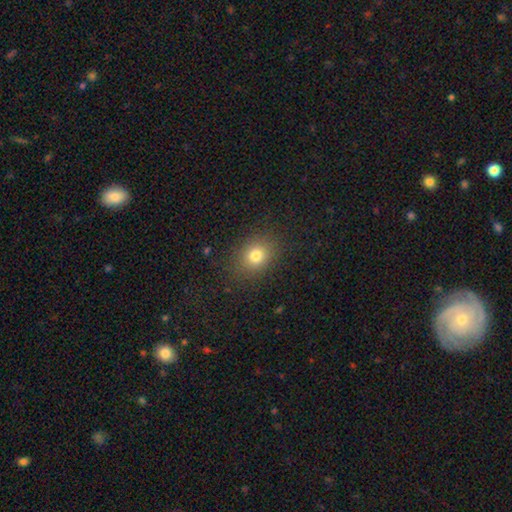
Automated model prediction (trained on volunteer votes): smooth_or_featured: smooth (p=0.78) [alt: star or artifact p=0.14]
how_rounded: round (p=0.57) [alt: in between p=0.42]
merging: none (p=0.85) [alt: minor disturbance p=0.10]